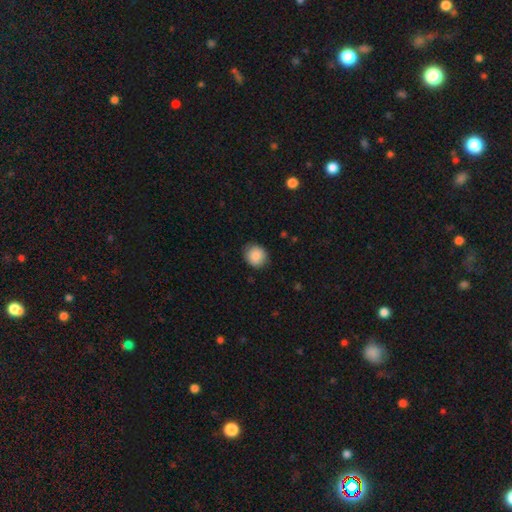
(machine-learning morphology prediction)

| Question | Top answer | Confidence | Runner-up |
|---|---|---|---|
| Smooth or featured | smooth | 87% | star or artifact (8%) |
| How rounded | round | 80% | in between (20%) |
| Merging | none | 86% | minor disturbance (11%) |